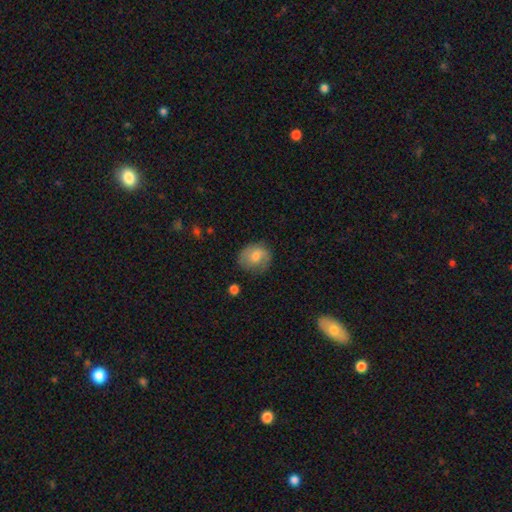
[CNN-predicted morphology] type=smooth (65%); roundness=round (70%); merging=none (68%).